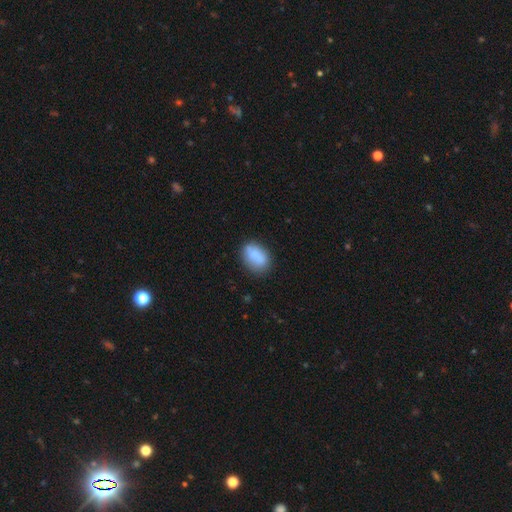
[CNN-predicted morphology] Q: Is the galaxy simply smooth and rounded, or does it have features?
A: smooth — 82%.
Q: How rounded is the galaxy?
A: in between — 79%.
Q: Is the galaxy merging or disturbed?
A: none — 73%.